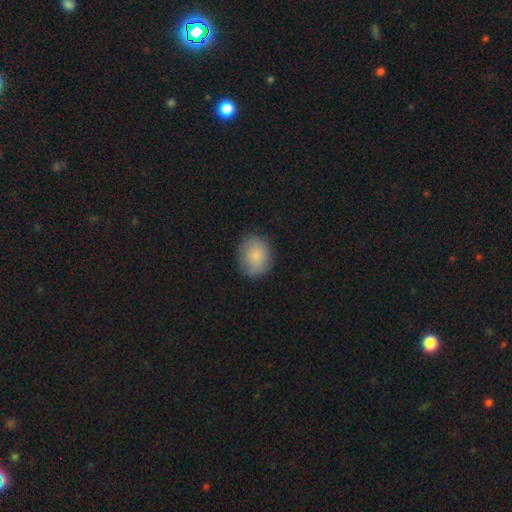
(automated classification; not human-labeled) Smooth or featured? smooth (85%)
How rounded? round (51%)
Merging? none (82%)